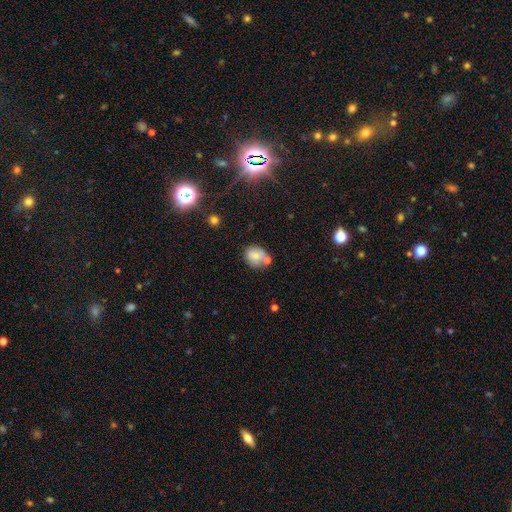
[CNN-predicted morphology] type=smooth (76%); roundness=round (66%); merging=none (59%).